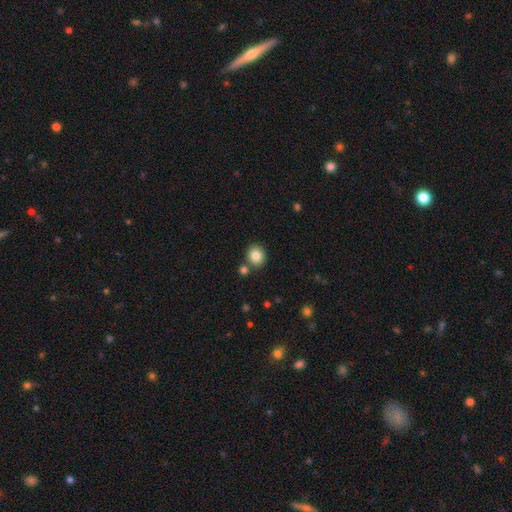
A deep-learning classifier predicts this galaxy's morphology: Smooth or featured? Predicted: smooth (p=0.84). How rounded? Predicted: round (p=0.79). Merging? Predicted: none (p=0.78).